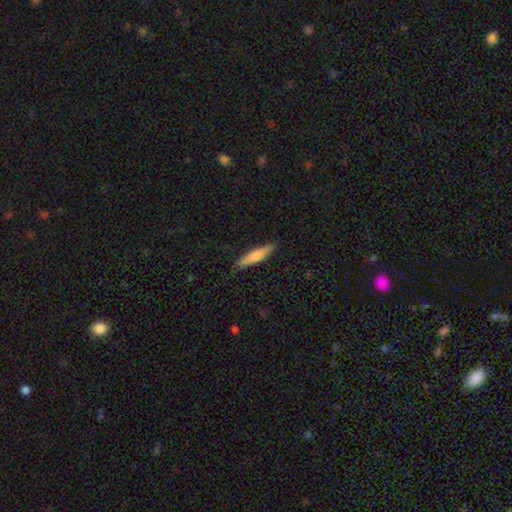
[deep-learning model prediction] A smooth galaxy with no disk features (76%) that is cigar-shaped (81%). Merging: none (84%).